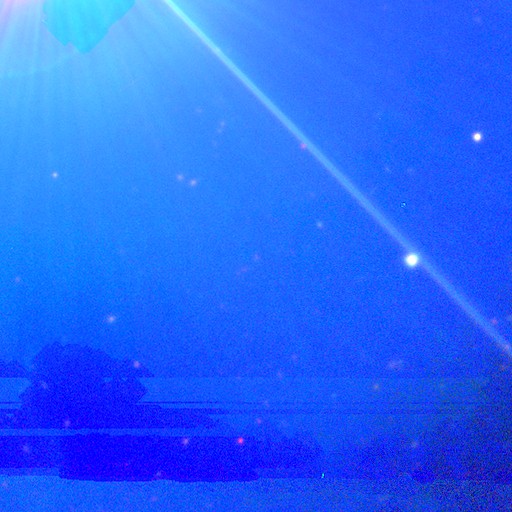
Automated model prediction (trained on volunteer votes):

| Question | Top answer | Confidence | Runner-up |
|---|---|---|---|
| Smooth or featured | star or artifact | 81% | smooth (10%) |